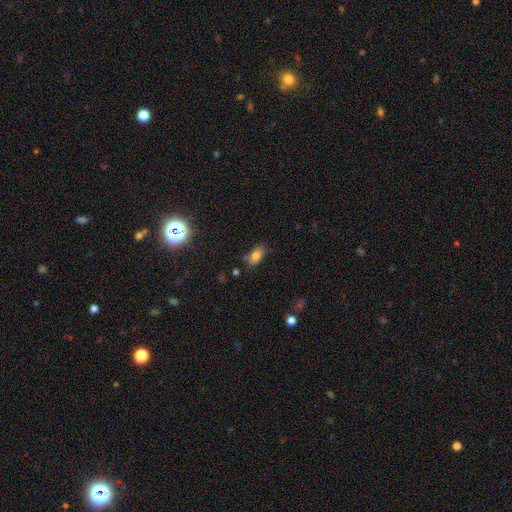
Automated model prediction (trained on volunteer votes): Smooth or featured?
  - smooth: 77% *
  - star or artifact: 13%
  - featured or disk: 10%
How rounded?
  - in between: 88% *
  - cigar-shaped: 6%
  - round: 6%
Merging?
  - none: 71% *
  - minor disturbance: 19%
  - merger: 5%
  - major disturbance: 4%